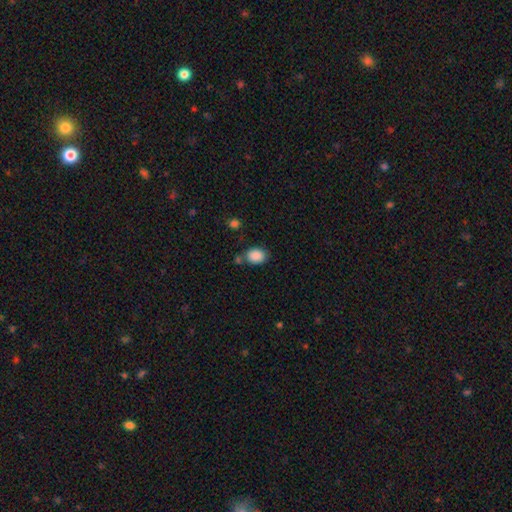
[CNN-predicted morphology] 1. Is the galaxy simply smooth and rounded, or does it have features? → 88% smooth, 8% star or artifact, 3% featured or disk.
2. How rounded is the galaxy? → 67% in between, 32% round, 1% cigar-shaped.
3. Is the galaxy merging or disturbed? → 71% none, 14% minor disturbance, 11% merger, 4% major disturbance.